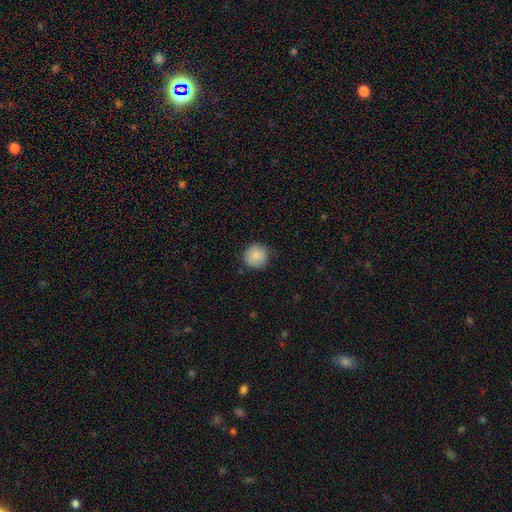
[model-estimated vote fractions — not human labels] Q: Smooth or featured?
A: smooth (86%); runner-up: star or artifact (7%)
Q: How rounded?
A: round (94%); runner-up: in between (5%)
Q: Merging?
A: none (86%); runner-up: minor disturbance (11%)